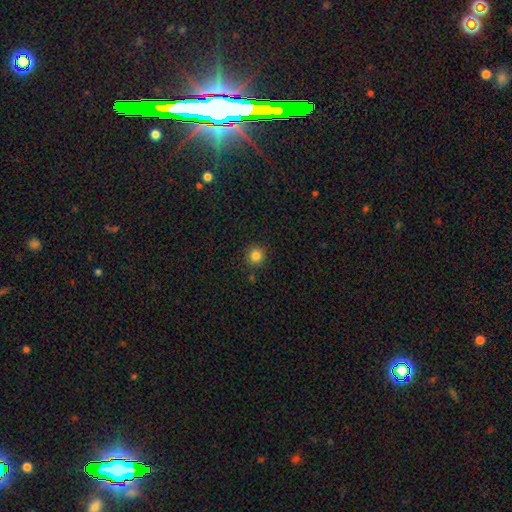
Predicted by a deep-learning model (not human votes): smooth_or_featured: smooth (p=0.83) [alt: star or artifact p=0.12]
how_rounded: round (p=0.93) [alt: in between p=0.06]
merging: none (p=0.87) [alt: minor disturbance p=0.08]